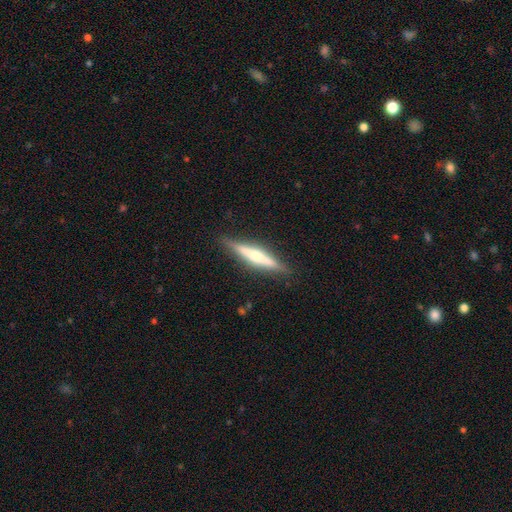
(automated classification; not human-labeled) Overall: featured or disk (63%; smooth 30%). Edge-on disk: yes (97%). Edge-on bulge: rounded (64%). Merging: none (89%).